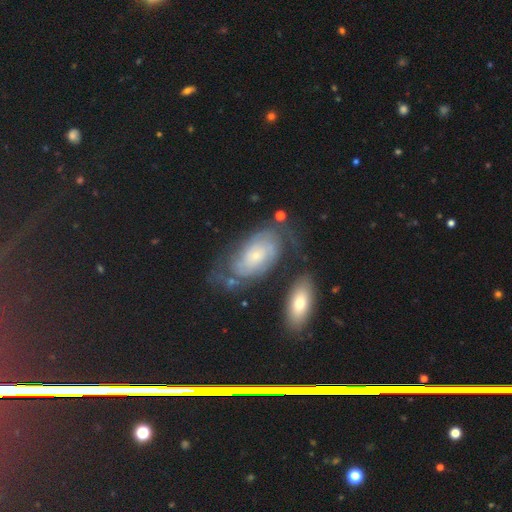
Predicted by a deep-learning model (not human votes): featured or disk 77%, smooth 16%, star or artifact 7%. Down the decision tree: edge-on disk — no (96%); bar — no (77%); spiral arms — yes (92%); spiral arm count — can't tell (40%); spiral winding — tight (67%); bulge size — small (75%); merging — none (57%).